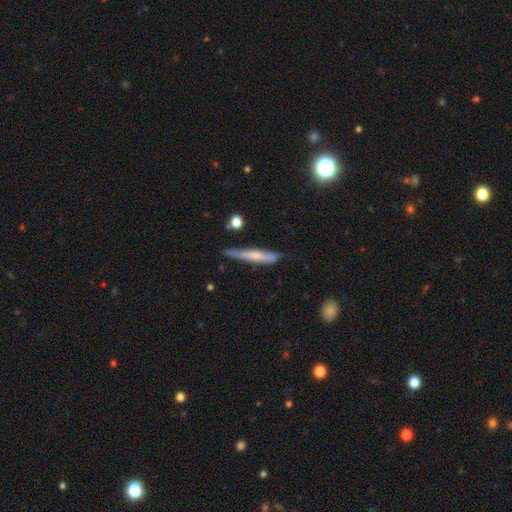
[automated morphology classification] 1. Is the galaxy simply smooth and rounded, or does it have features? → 55% smooth, 39% featured or disk, 7% star or artifact.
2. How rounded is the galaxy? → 92% cigar-shaped, 6% in between, 2% round.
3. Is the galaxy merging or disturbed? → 63% none, 27% minor disturbance, 6% major disturbance, 3% merger.